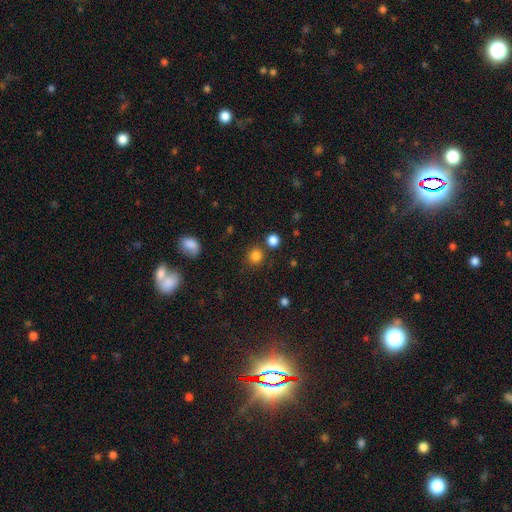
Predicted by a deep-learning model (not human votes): smooth-or-featured: smooth: 82% | star or artifact: 14% | featured or disk: 4%
  how-rounded: round: 87% | in between: 12% | cigar-shaped: 1%
  merging: none: 79% | merger: 9% | minor disturbance: 9% | major disturbance: 3%